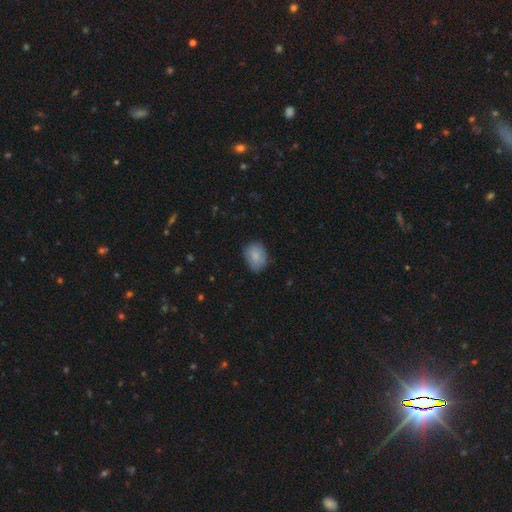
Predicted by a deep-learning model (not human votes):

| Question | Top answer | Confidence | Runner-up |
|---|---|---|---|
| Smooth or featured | smooth | 85% | featured or disk (8%) |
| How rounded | in between | 64% | round (36%) |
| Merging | none | 73% | minor disturbance (22%) |